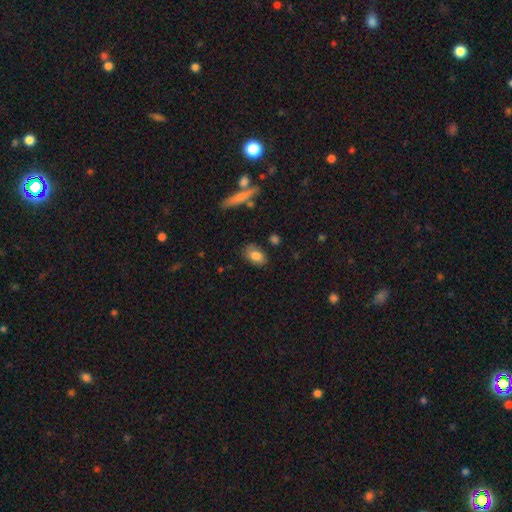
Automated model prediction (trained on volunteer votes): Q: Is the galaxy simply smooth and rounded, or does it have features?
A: smooth — 79%.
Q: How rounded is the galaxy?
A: in between — 86%.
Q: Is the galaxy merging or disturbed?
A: none — 79%.